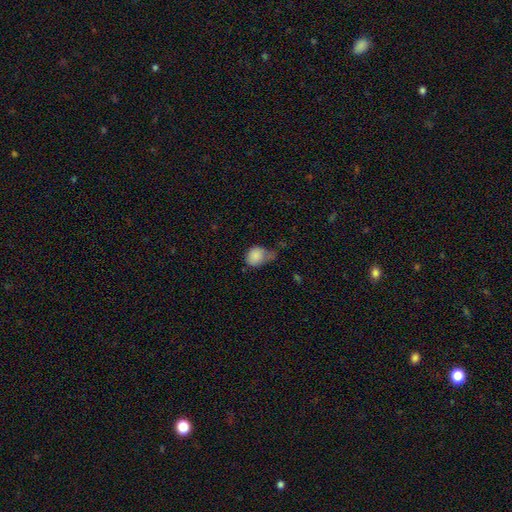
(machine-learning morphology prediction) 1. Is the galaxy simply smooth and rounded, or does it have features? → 85% smooth, 9% star or artifact, 7% featured or disk.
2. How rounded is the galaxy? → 54% round, 45% in between, 1% cigar-shaped.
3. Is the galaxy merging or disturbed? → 38% minor disturbance, 34% none, 18% major disturbance, 10% merger.